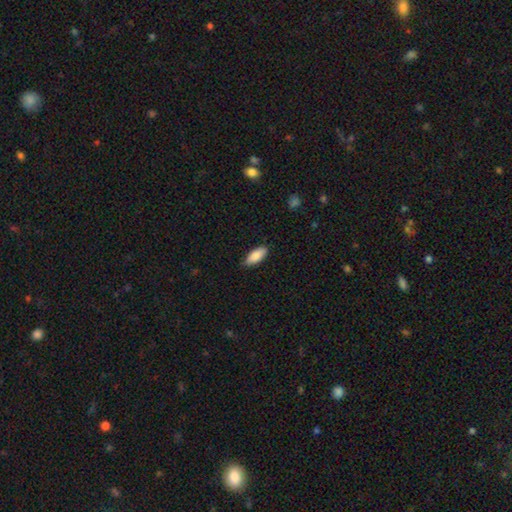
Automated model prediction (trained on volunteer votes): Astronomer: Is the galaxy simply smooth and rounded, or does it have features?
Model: smooth — 87%.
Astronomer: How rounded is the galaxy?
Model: in between — 80%.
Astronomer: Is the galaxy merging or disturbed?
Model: none — 84%.